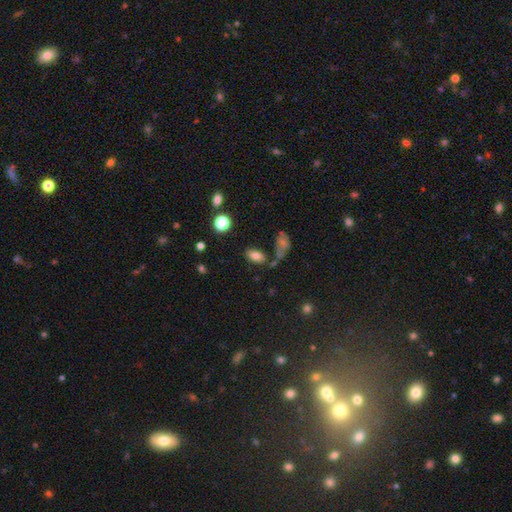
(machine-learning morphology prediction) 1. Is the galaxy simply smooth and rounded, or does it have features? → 78% smooth, 12% star or artifact, 10% featured or disk.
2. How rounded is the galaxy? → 91% in between, 6% round, 3% cigar-shaped.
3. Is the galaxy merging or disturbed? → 69% none, 14% minor disturbance, 12% merger, 5% major disturbance.